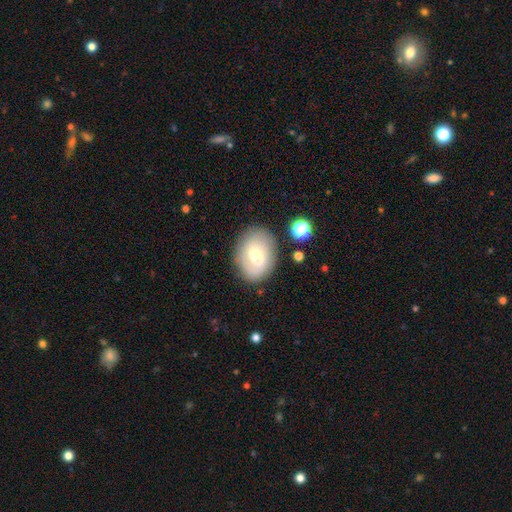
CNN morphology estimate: The model was most divided on "smooth or featured": smooth: 51%, featured or disk: 41%, star or artifact: 9%. More confident: merging — none (76%); how rounded — in between (75%).